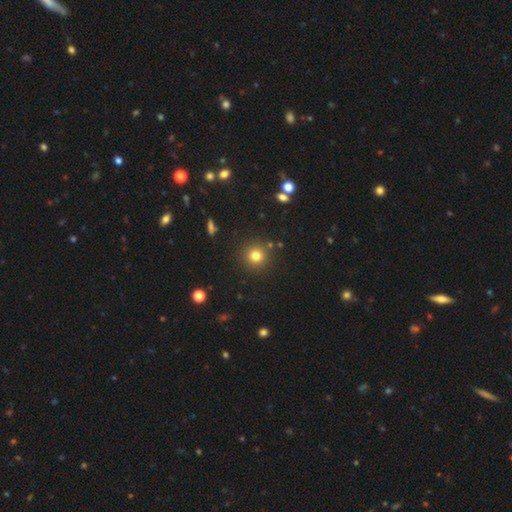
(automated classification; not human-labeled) smooth 78%, star or artifact 15%, featured or disk 7%. Down the decision tree: how rounded — round (94%); merging — none (88%).